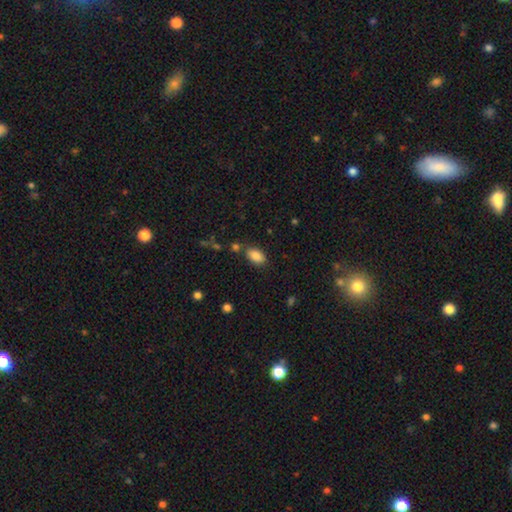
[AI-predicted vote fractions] smooth 86%, star or artifact 8%, featured or disk 5%. Down the decision tree: how rounded — in between (91%); merging — none (76%).